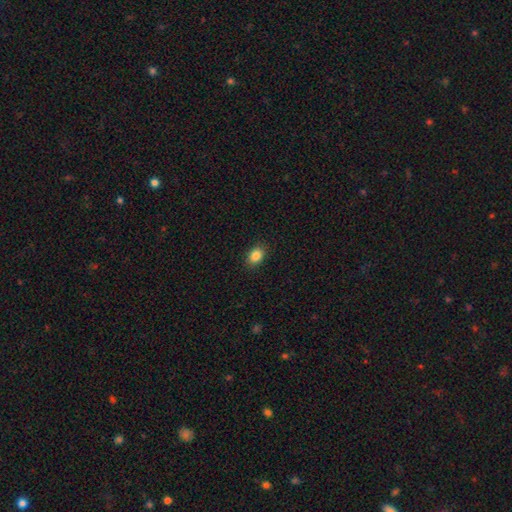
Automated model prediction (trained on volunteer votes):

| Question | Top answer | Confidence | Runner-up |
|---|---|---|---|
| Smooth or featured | smooth | 86% | star or artifact (9%) |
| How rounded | in between | 69% | round (30%) |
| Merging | none | 88% | minor disturbance (9%) |